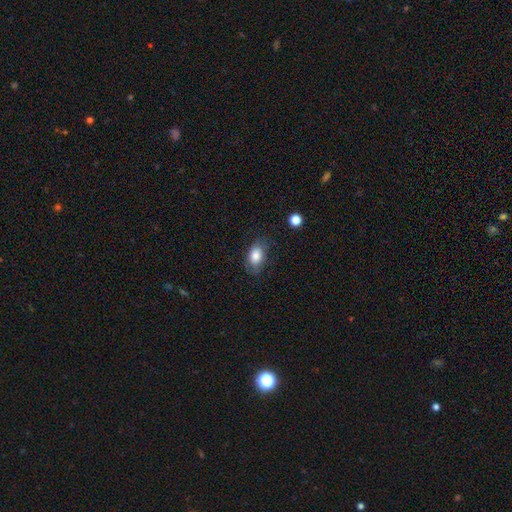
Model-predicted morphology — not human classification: This is clearly a smooth galaxy (80%). How rounded: clearly in between (86%). Merging: likely none (67%).